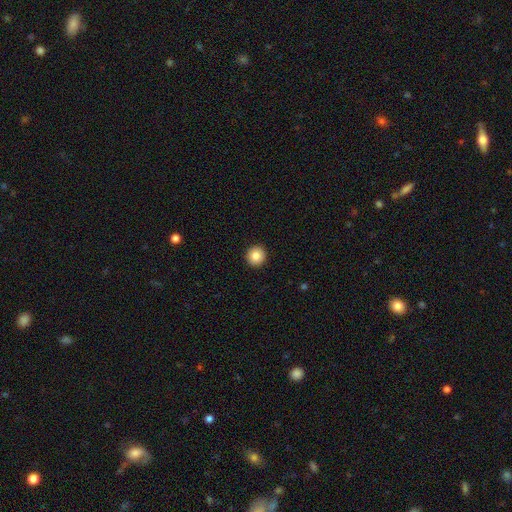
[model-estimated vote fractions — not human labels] Smooth or featured: smooth — 85% (star or artifact — 9%)
How rounded: round — 94% (in between — 5%)
Merging: none — 93% (minor disturbance — 4%)